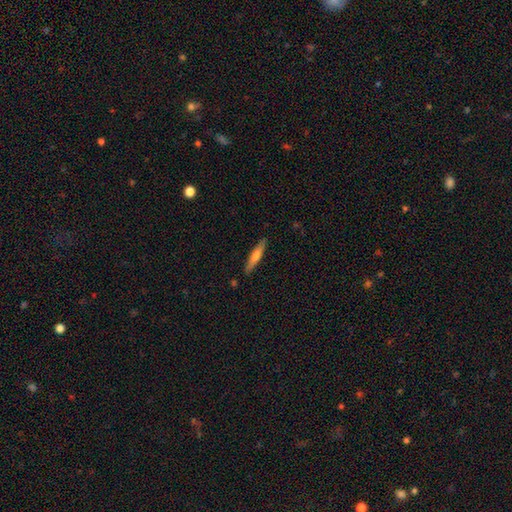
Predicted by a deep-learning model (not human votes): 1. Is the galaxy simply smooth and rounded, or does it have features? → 50% smooth, 44% featured or disk, 6% star or artifact.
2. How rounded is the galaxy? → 90% cigar-shaped, 9% in between, 2% round.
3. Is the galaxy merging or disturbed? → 90% none, 7% minor disturbance, 2% major disturbance, 1% merger.